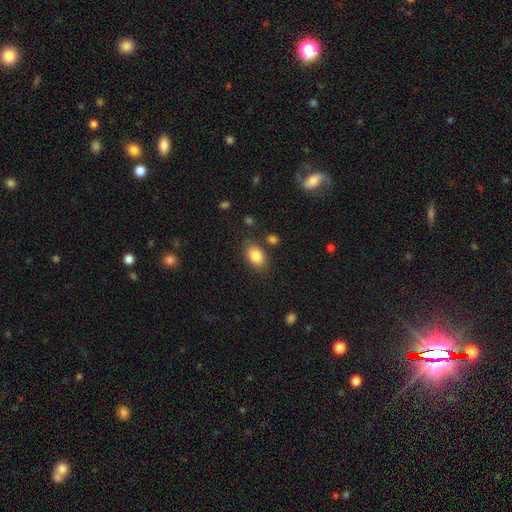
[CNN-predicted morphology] Smooth or featured: smooth — 85% (star or artifact — 8%)
How rounded: in between — 85% (round — 13%)
Merging: none — 80% (minor disturbance — 13%)